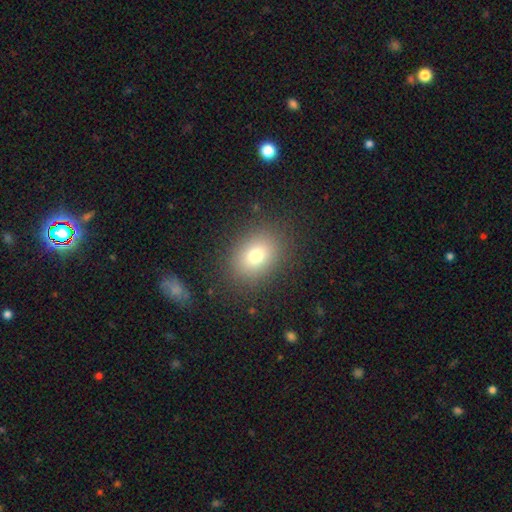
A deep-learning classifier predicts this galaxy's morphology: Smooth or featured? Predicted: smooth (p=0.75). How rounded? Predicted: in between (p=0.61). Merging? Predicted: none (p=0.86).